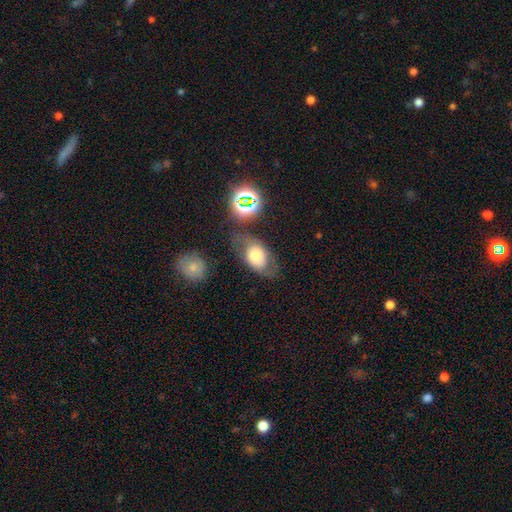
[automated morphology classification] Smooth or featured? smooth (61%)
How rounded? in between (83%)
Merging? none (55%)